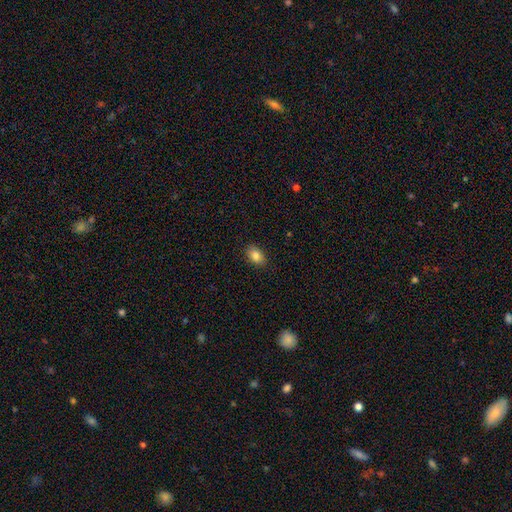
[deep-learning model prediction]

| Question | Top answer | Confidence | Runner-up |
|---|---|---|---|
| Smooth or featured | smooth | 84% | star or artifact (8%) |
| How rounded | in between | 83% | round (16%) |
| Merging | none | 88% | minor disturbance (9%) |